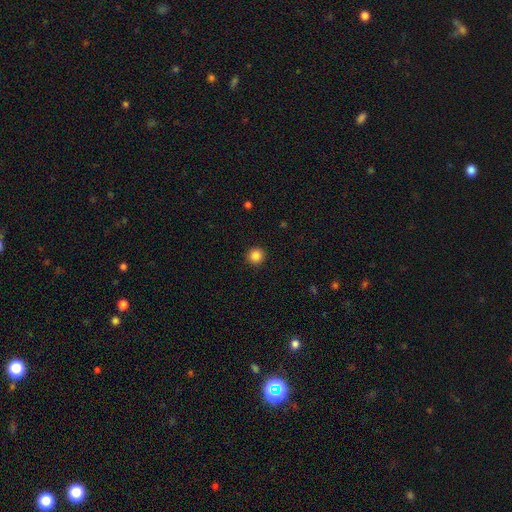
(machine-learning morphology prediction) Smooth or featured?
  - smooth: 85% *
  - star or artifact: 11%
  - featured or disk: 4%
How rounded?
  - round: 95% *
  - in between: 4%
  - cigar-shaped: 1%
Merging?
  - none: 93% *
  - minor disturbance: 4%
  - major disturbance: 2%
  - merger: 1%